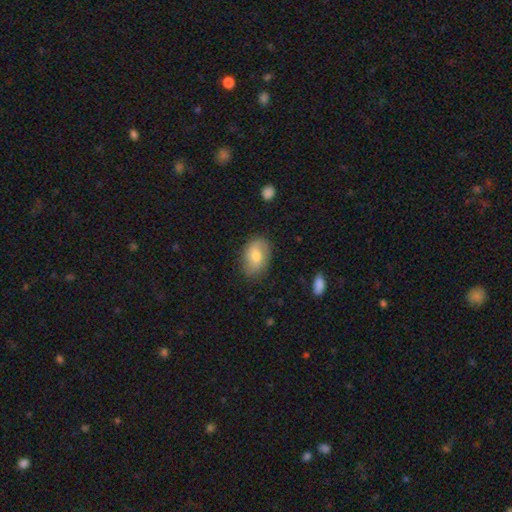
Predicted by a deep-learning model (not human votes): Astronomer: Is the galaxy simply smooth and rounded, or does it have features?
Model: smooth — 70%.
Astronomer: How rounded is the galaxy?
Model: in between — 82%.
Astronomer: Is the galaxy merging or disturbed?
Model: none — 81%.